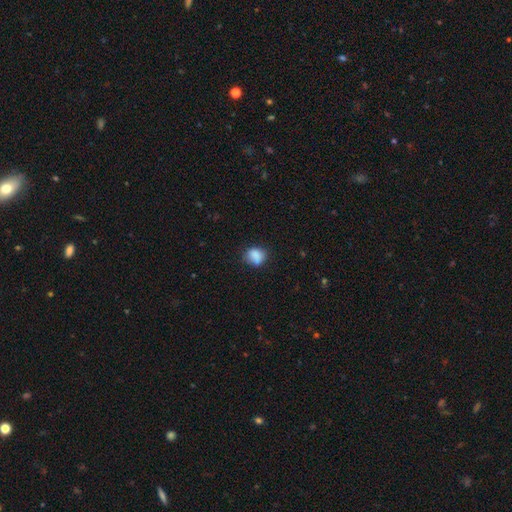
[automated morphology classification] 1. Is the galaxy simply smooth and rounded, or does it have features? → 84% smooth, 9% star or artifact, 6% featured or disk.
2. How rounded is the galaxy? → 59% round, 40% in between, 1% cigar-shaped.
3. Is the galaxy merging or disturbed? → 64% none, 25% minor disturbance, 6% major disturbance, 5% merger.